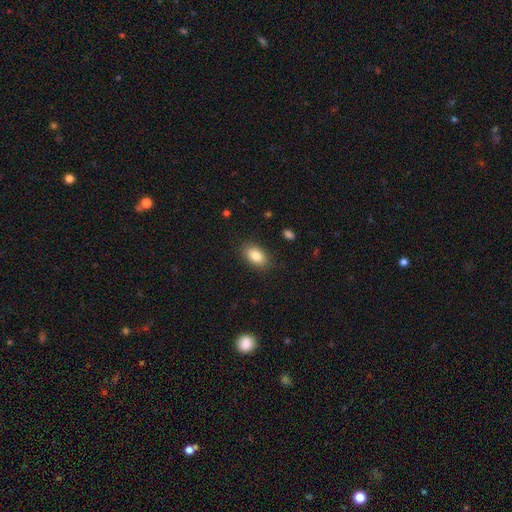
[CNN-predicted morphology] The model was most divided on "merging": none: 86%, minor disturbance: 10%, major disturbance: 3%, merger: 1%. More confident: how rounded — in between (90%); smooth or featured — smooth (85%).